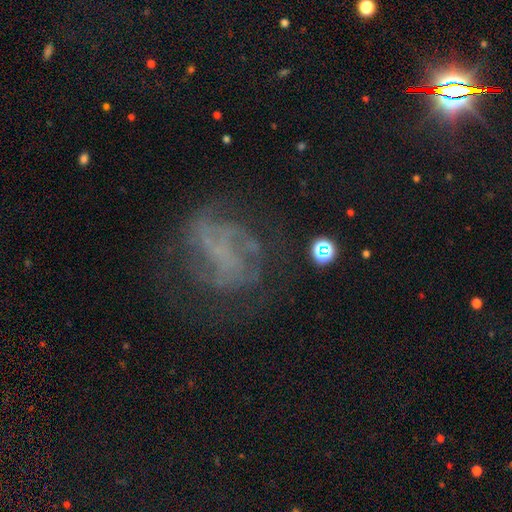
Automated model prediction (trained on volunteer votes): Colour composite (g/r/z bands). It shows a featured or disk galaxy (56%) with no bar (59%), spiral arms (70%) and no central bulge (74%). Merging: none (56%).